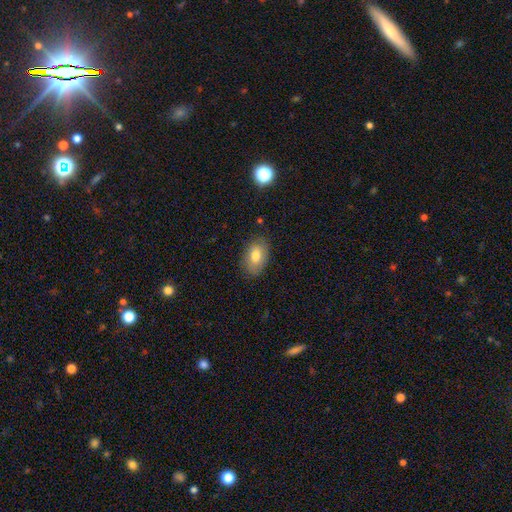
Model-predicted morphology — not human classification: Smooth or featured? Predicted: smooth (p=0.78). How rounded? Predicted: in between (p=0.89). Merging? Predicted: none (p=0.83).